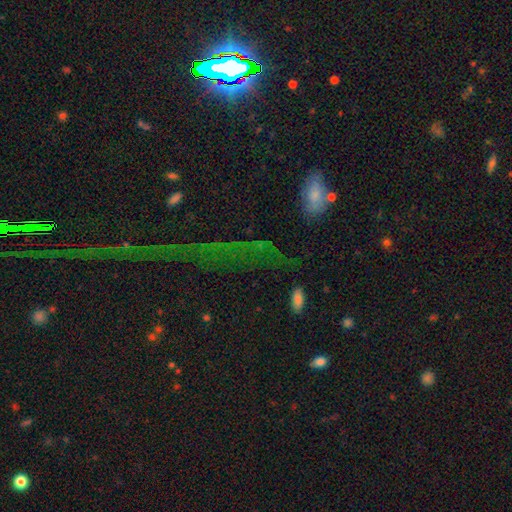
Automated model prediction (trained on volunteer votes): This appears to be a star or artifact, not a galaxy (60%).